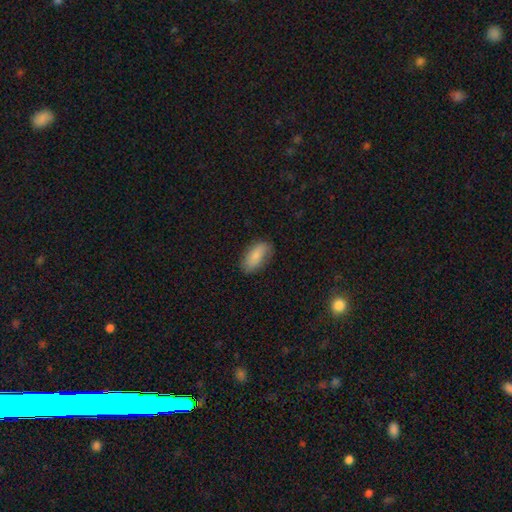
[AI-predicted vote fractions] Morphology: type=smooth (82%); roundness=in between (90%); merging=none (77%).